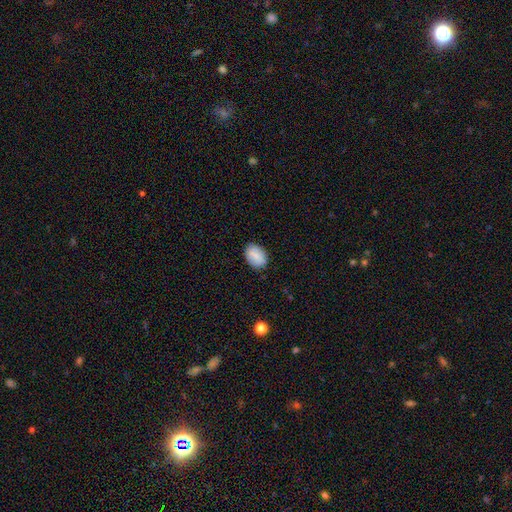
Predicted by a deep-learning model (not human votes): Smooth or featured? smooth (81%)
How rounded? in between (77%)
Merging? none (85%)